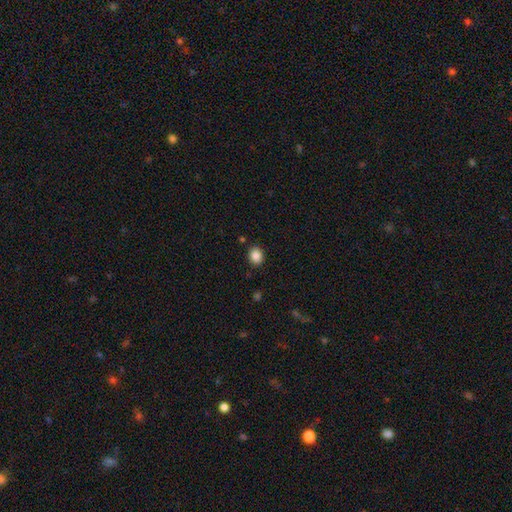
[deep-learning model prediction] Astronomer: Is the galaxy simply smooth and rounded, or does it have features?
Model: smooth — 87%.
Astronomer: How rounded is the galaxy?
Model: round — 53% (runner-up: in between, 47%).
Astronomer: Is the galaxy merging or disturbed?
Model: none — 88%.